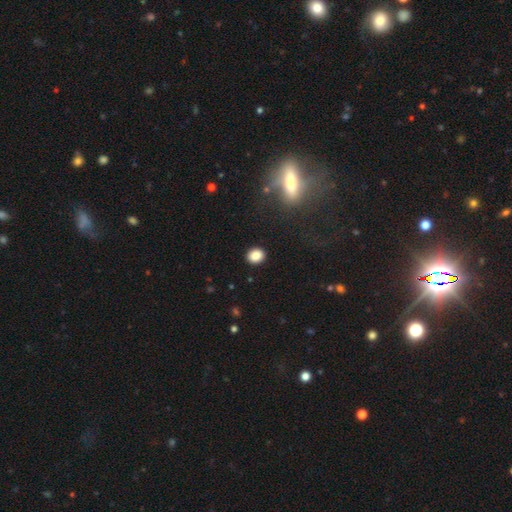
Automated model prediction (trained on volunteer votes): Smooth or featured: smooth — 86% (star or artifact — 10%)
How rounded: round — 63% (in between — 36%)
Merging: none — 91% (minor disturbance — 6%)